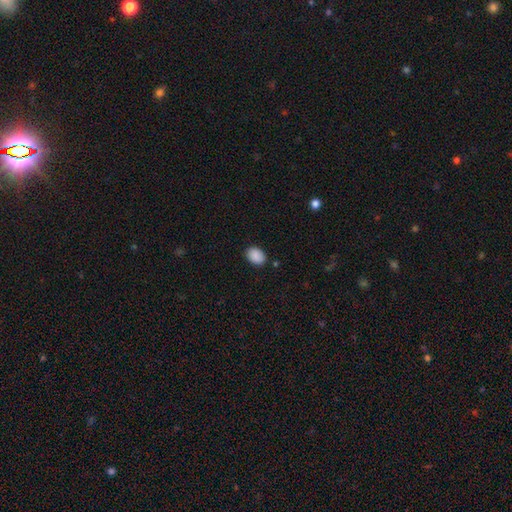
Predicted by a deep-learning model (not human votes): Smooth or featured: smooth — 89% (star or artifact — 8%)
How rounded: in between — 75% (round — 25%)
Merging: none — 85% (minor disturbance — 11%)